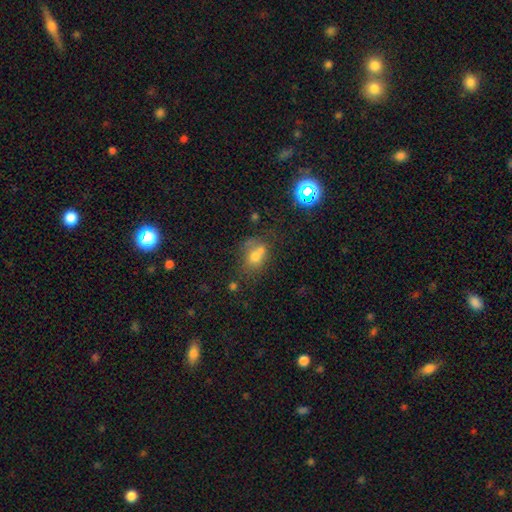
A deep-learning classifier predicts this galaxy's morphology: Overall: smooth (62%). How rounded: round (51%; in between 48%). Merging: merger (39%; none 37%).